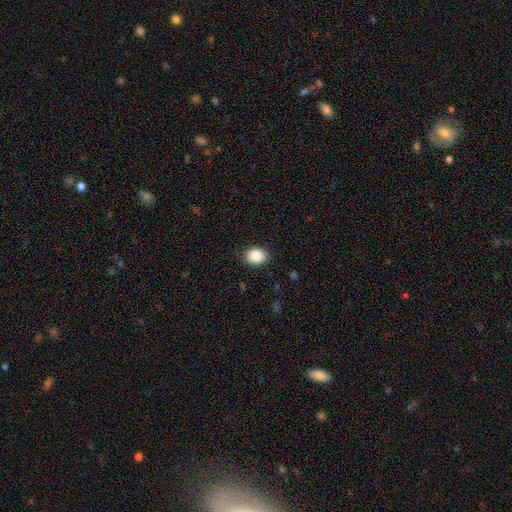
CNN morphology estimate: This is clearly a smooth galaxy (88%). How rounded: possibly round (57%). Merging: clearly none (89%).